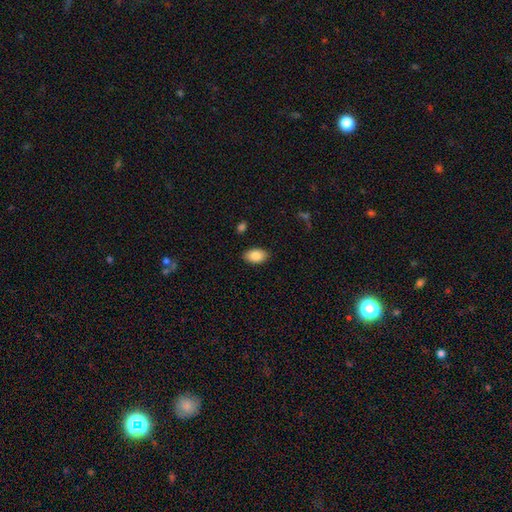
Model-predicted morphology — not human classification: smooth 88%, star or artifact 7%, featured or disk 5%. Down the decision tree: how rounded — in between (92%); merging — none (87%).